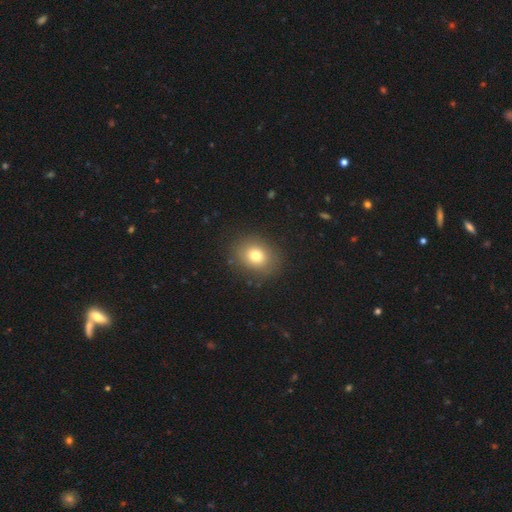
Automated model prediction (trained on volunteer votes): The model was most divided on "how rounded": round: 53%, in between: 46%, cigar-shaped: 1%. More confident: merging — none (86%); smooth or featured — smooth (76%).